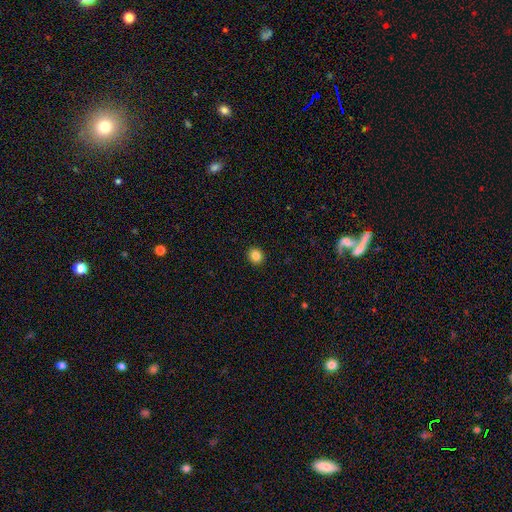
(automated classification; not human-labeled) The model was most divided on "how rounded": round: 84%, in between: 15%, cigar-shaped: 1%. More confident: merging — none (93%); smooth or featured — smooth (85%).